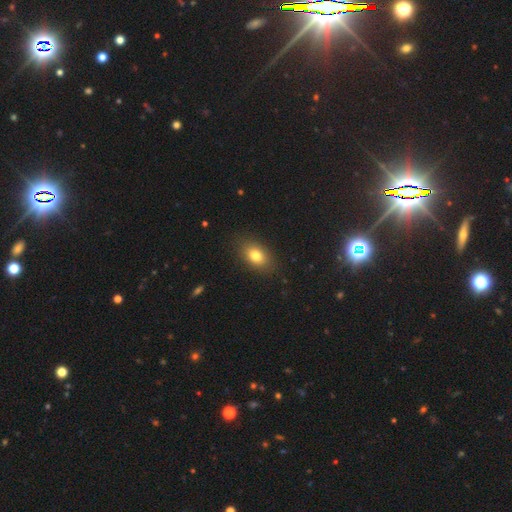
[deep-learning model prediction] This is likely a smooth galaxy (79%). How rounded: clearly in between (83%). Merging: clearly none (86%).